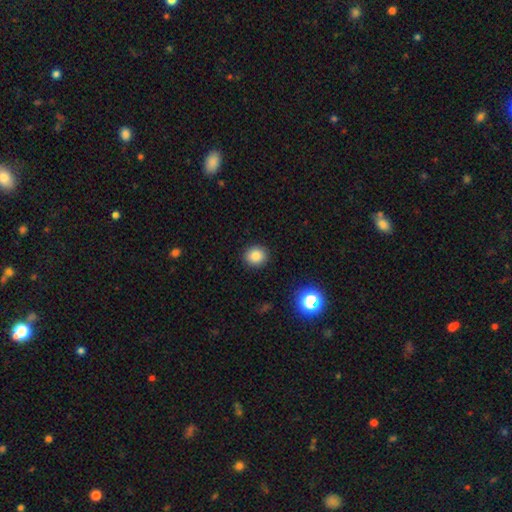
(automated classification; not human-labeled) smooth-or-featured: smooth: 84% | star or artifact: 11% | featured or disk: 5%
  how-rounded: round: 84% | in between: 15% | cigar-shaped: 1%
  merging: none: 91% | minor disturbance: 6% | major disturbance: 2% | merger: 1%